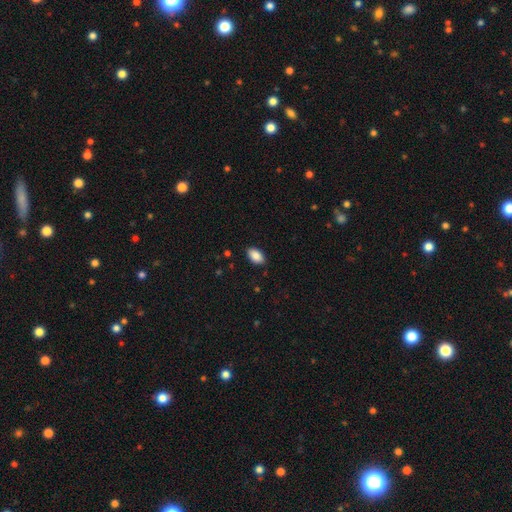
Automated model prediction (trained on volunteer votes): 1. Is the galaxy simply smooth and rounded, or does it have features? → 88% smooth, 7% star or artifact, 5% featured or disk.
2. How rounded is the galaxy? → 93% in between, 5% round, 2% cigar-shaped.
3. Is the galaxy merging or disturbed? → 87% none, 10% minor disturbance, 2% major disturbance, 1% merger.